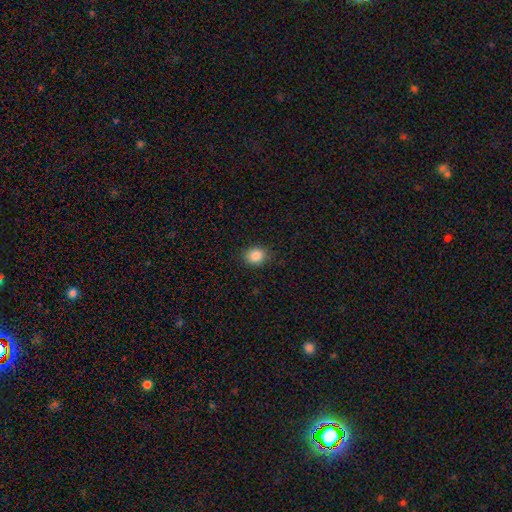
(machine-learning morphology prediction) Q: Smooth or featured?
A: smooth (87%); runner-up: star or artifact (9%)
Q: How rounded?
A: round (65%); runner-up: in between (34%)
Q: Merging?
A: none (87%); runner-up: minor disturbance (10%)